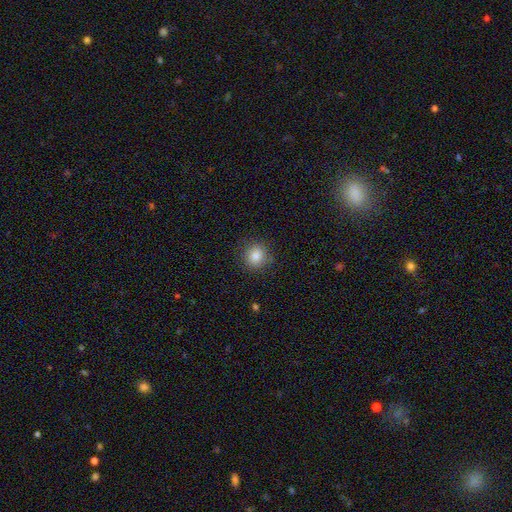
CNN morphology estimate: type=smooth (85%); roundness=round (88%); merging=none (87%).